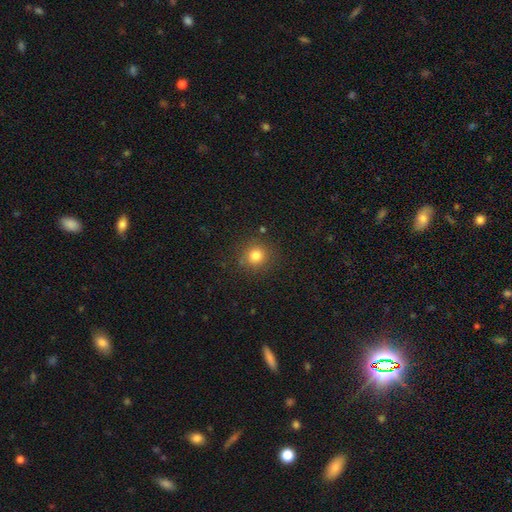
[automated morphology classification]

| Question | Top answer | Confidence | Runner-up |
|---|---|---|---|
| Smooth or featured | smooth | 79% | star or artifact (14%) |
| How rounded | round | 92% | in between (7%) |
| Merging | none | 86% | minor disturbance (9%) |